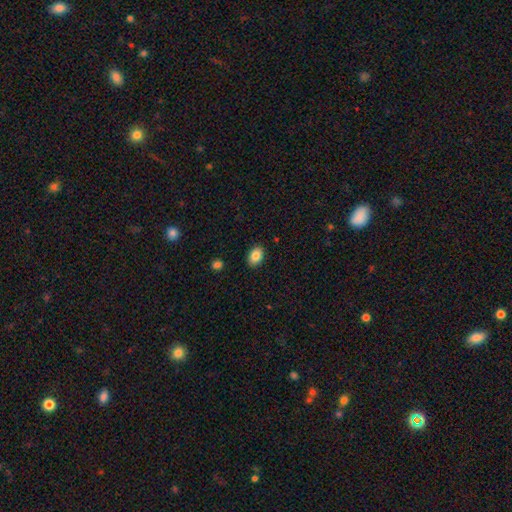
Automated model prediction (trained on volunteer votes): Q: Smooth or featured?
A: smooth (85%); runner-up: star or artifact (8%)
Q: How rounded?
A: in between (85%); runner-up: round (14%)
Q: Merging?
A: none (89%); runner-up: minor disturbance (8%)